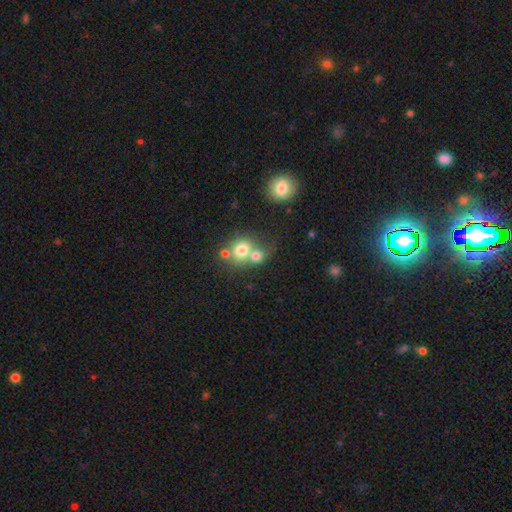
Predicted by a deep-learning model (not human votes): Smooth or featured? Predicted: smooth (p=0.73). How rounded? Predicted: round (p=0.74). Merging? Predicted: merger (p=0.56).